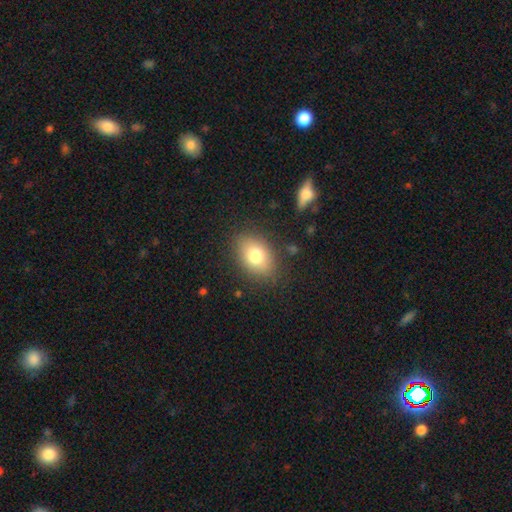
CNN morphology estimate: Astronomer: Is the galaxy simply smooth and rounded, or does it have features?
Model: smooth — 77%.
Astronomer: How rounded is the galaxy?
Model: in between — 78%.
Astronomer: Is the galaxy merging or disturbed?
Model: none — 82%.